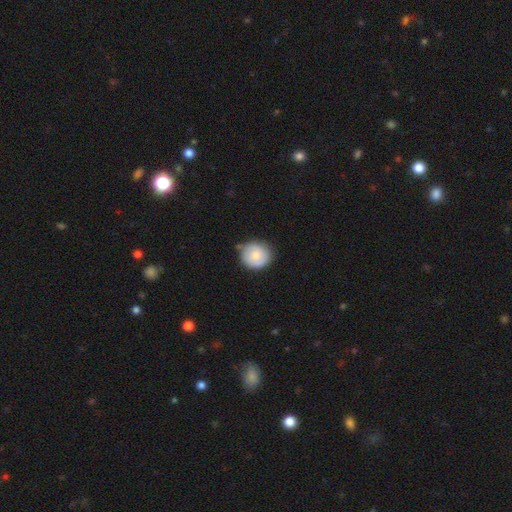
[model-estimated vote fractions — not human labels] Smooth or featured?
  - smooth: 71% *
  - featured or disk: 22%
  - star or artifact: 7%
How rounded?
  - round: 87% *
  - in between: 12%
  - cigar-shaped: 1%
Merging?
  - none: 67% *
  - minor disturbance: 25%
  - major disturbance: 4%
  - merger: 4%